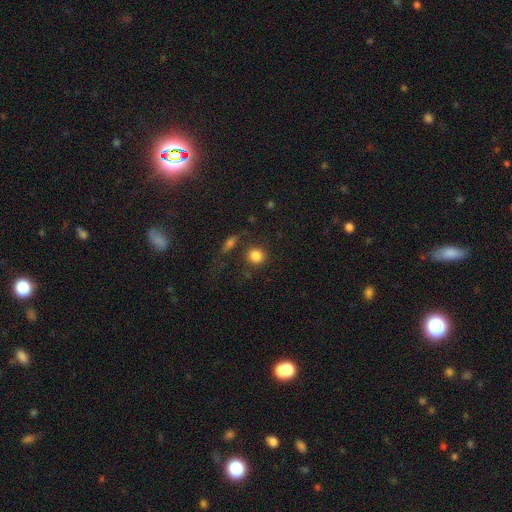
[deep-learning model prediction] Smooth or featured? smooth (84%)
How rounded? round (90%)
Merging? none (79%)